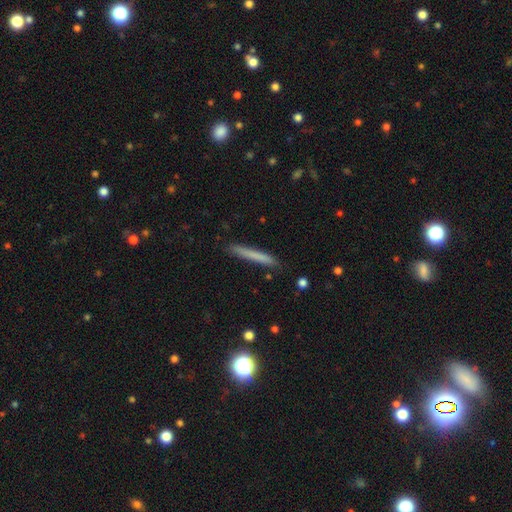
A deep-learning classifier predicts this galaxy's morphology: The model was most divided on "smooth or featured": smooth: 72%, featured or disk: 22%, star or artifact: 7%. More confident: how rounded — cigar-shaped (96%); merging — none (88%).